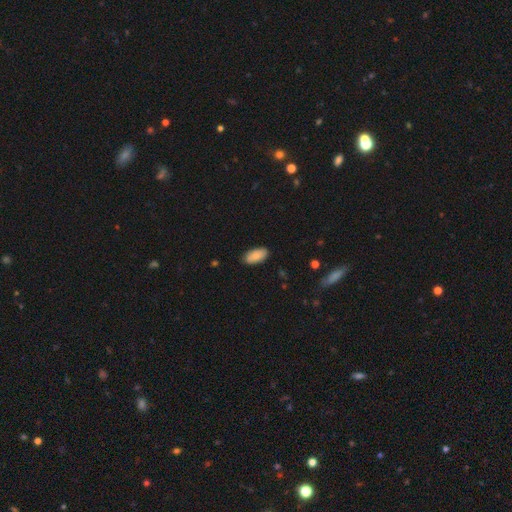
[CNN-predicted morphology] Overall: smooth (85%). How rounded: in between (93%). Merging: none (87%).